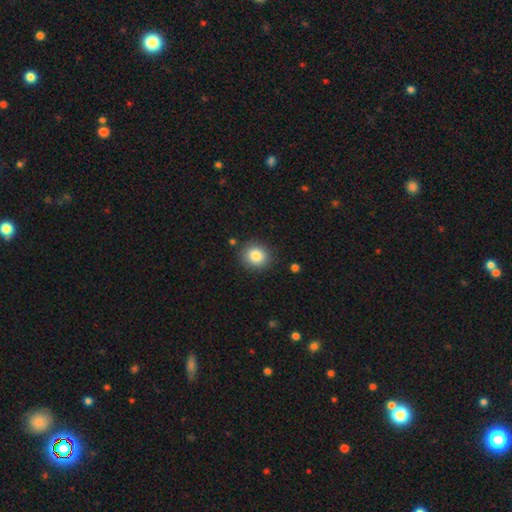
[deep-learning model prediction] Overall: smooth (84%). How rounded: round (83%). Merging: none (88%).